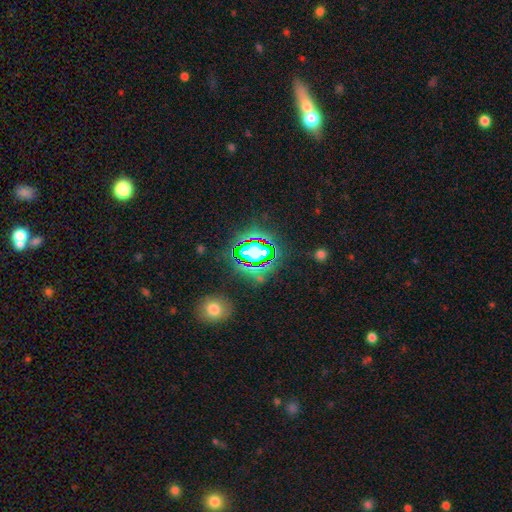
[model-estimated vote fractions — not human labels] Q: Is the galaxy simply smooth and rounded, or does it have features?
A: star or artifact — 76%.